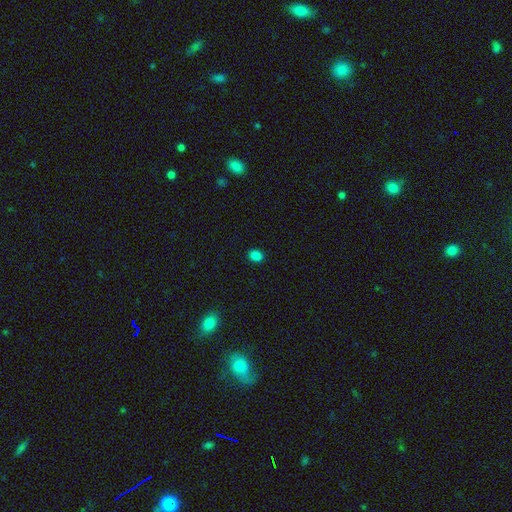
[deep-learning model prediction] Smooth or featured? smooth (84%)
How rounded? in between (50%)
Merging? none (91%)